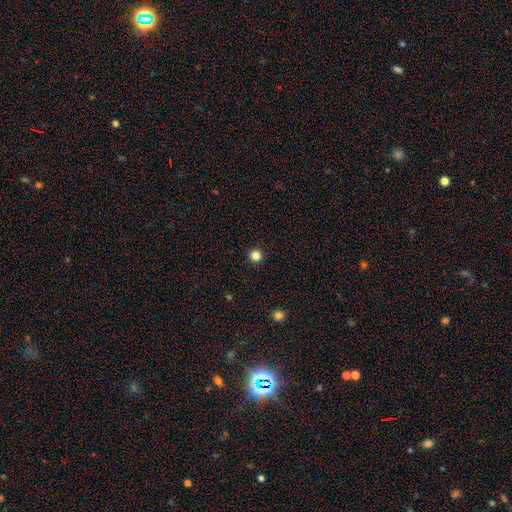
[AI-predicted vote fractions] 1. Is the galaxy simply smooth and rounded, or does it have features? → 84% smooth, 13% star or artifact, 4% featured or disk.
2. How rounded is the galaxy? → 96% round, 3% in between, 1% cigar-shaped.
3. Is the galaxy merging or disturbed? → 93% none, 4% minor disturbance, 1% major disturbance, 1% merger.